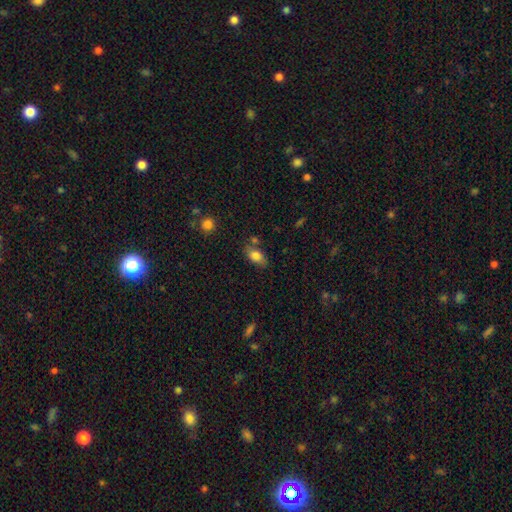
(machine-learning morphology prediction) This is clearly a smooth galaxy (80%). How rounded: clearly in between (86%). Merging: likely none (70%).